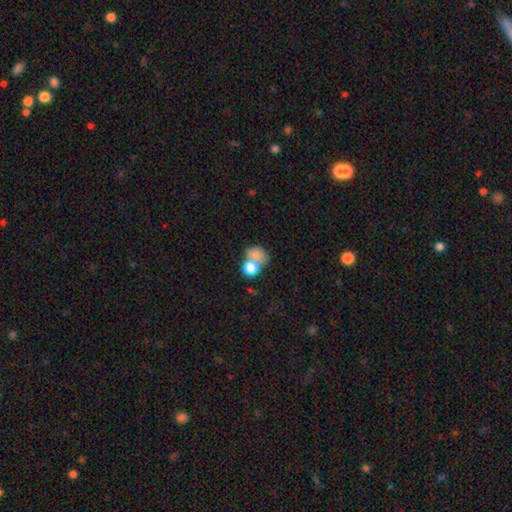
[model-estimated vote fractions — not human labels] Smooth or featured? Predicted: smooth (p=0.76). How rounded? Predicted: round (p=0.52). Merging? Predicted: merger (p=0.54).